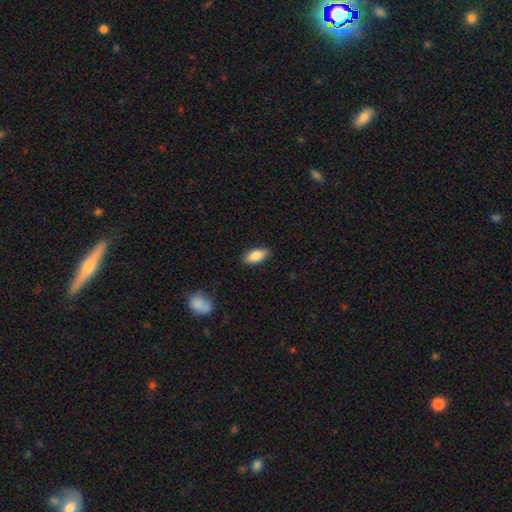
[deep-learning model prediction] Q: Smooth or featured?
A: smooth (85%); runner-up: featured or disk (8%)
Q: How rounded?
A: in between (85%); runner-up: cigar-shaped (12%)
Q: Merging?
A: none (86%); runner-up: minor disturbance (11%)